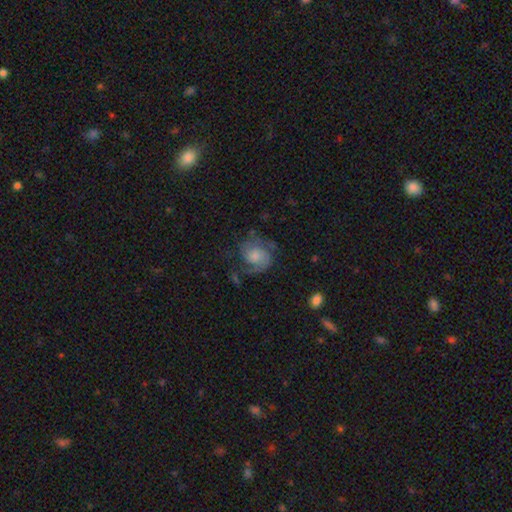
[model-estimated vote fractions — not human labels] This appears to be a featured or disk galaxy (68%) with no bar (72%), 2 (77%) medium (46%) spiral arms (92%) and a moderate central bulge (29%). Merging: none (57%).